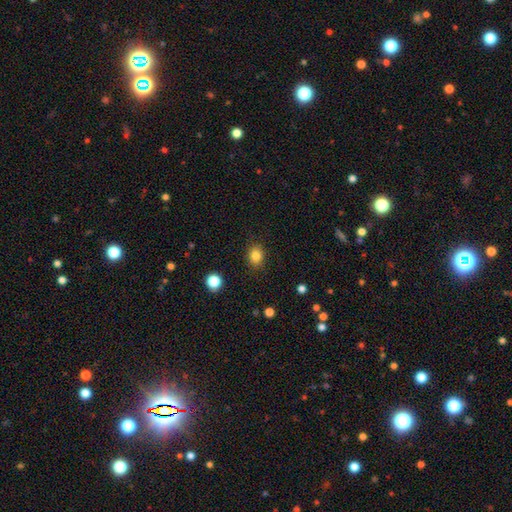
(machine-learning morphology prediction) The model was most divided on "how rounded": round: 56%, in between: 44%, cigar-shaped: 1%. More confident: merging — none (86%); smooth or featured — smooth (83%).